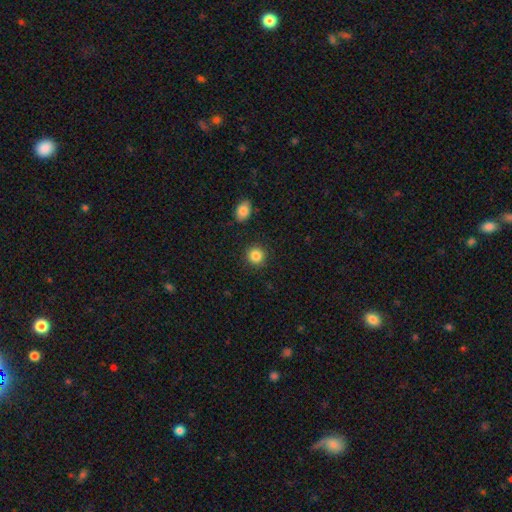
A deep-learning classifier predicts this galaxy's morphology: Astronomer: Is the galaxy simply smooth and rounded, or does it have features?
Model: smooth — 86%.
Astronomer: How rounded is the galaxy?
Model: round — 91%.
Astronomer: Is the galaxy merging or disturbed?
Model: none — 90%.